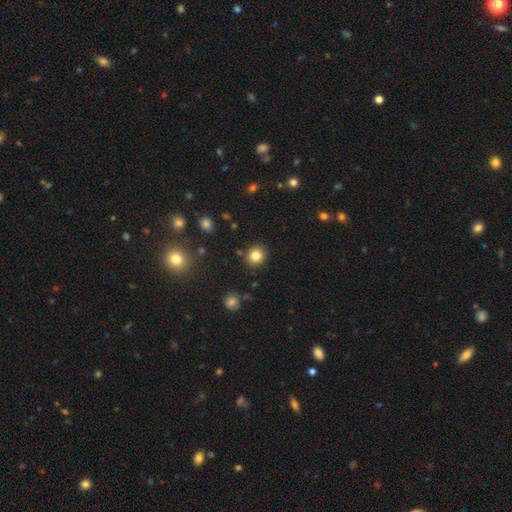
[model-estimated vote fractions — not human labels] Smooth or featured? Predicted: smooth (p=0.82). How rounded? Predicted: round (p=0.87). Merging? Predicted: none (p=0.88).